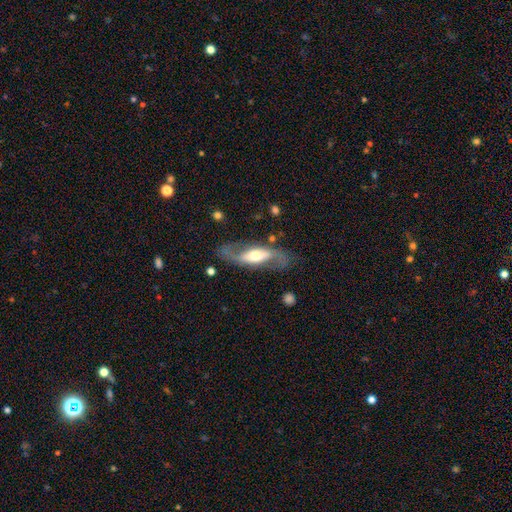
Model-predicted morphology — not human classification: Smooth or featured: featured or disk — 81% (smooth — 14%)
Edge-on disk: no — 86% (yes — 14%)
Bar: strong — 37% (no — 34%)
Spiral arms: yes — 88% (no — 12%)
Spiral winding: loose — 59% (medium — 32%)
Spiral arm count: 2 — 91% (can't tell — 3%)
Bulge size: moderate — 61% (large — 21%)
Merging: none — 72% (minor disturbance — 15%)